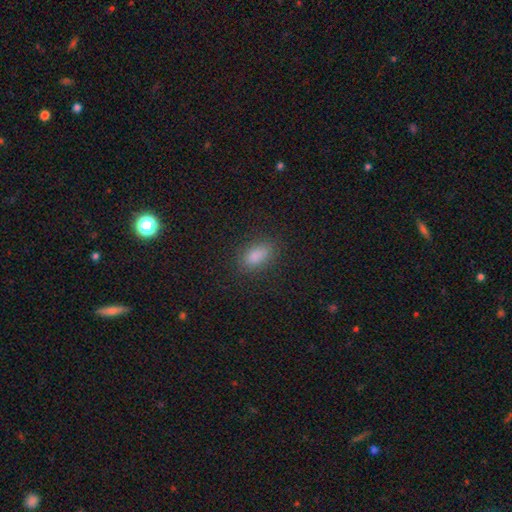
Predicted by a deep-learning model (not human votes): This is clearly a smooth galaxy (83%). How rounded: clearly in between (85%). Merging: clearly none (85%).